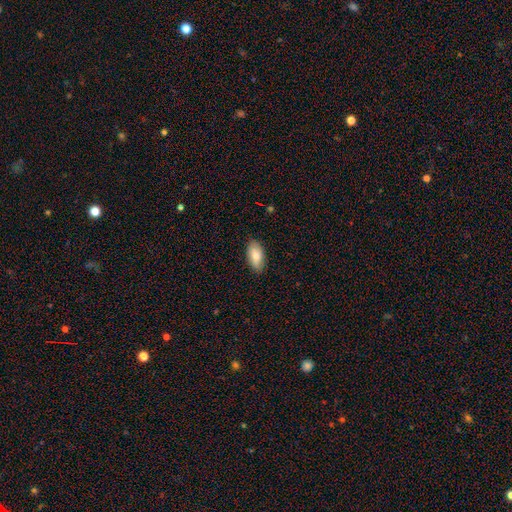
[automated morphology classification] smooth 77%, featured or disk 17%, star or artifact 6%. Down the decision tree: how rounded — in between (92%); merging — none (85%).